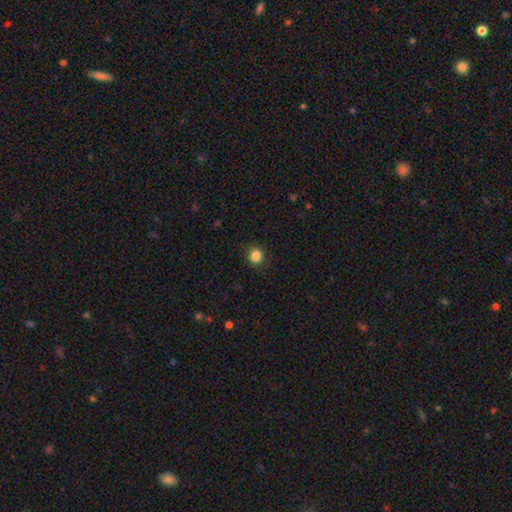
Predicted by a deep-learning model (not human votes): Q: Smooth or featured?
A: smooth (86%); runner-up: star or artifact (11%)
Q: How rounded?
A: round (80%); runner-up: in between (19%)
Q: Merging?
A: none (88%); runner-up: minor disturbance (9%)